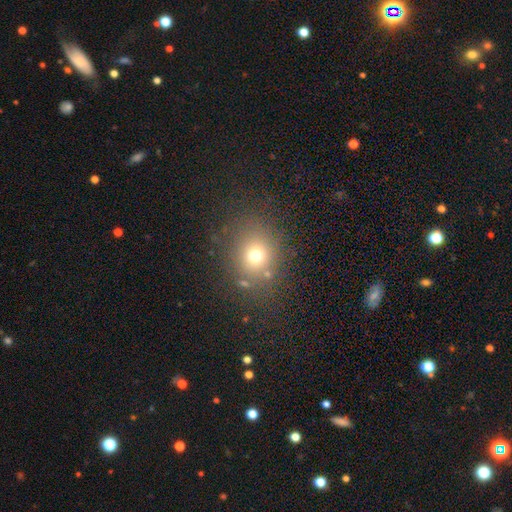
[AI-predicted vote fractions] smooth_or_featured: smooth (p=0.69) [alt: star or artifact p=0.20]
how_rounded: round (p=0.75) [alt: in between p=0.24]
merging: none (p=0.77) [alt: minor disturbance p=0.12]